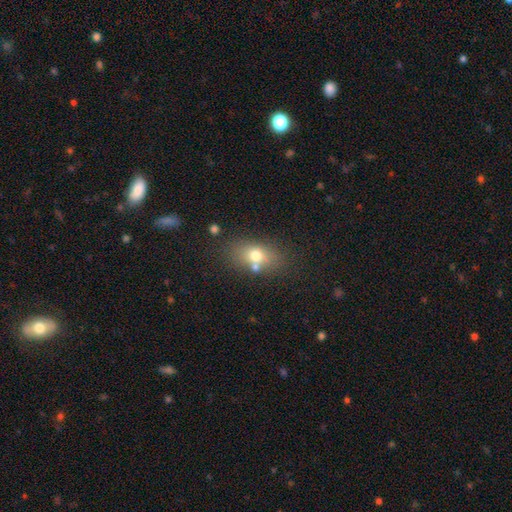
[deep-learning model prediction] Overall: smooth (69%). How rounded: in between (75%). Merging: none (65%).